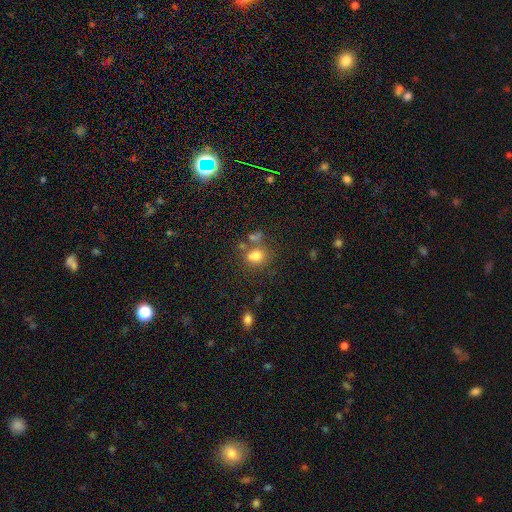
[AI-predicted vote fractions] This appears to be a smooth galaxy with no disk features (74%) that is round (54%). Merging: none (51%).